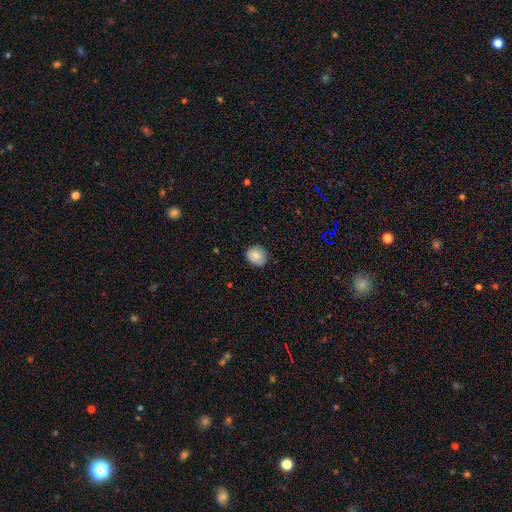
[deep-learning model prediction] smooth_or_featured: smooth (p=0.84) [alt: star or artifact p=0.08]
how_rounded: round (p=0.71) [alt: in between p=0.28]
merging: none (p=0.80) [alt: minor disturbance p=0.17]